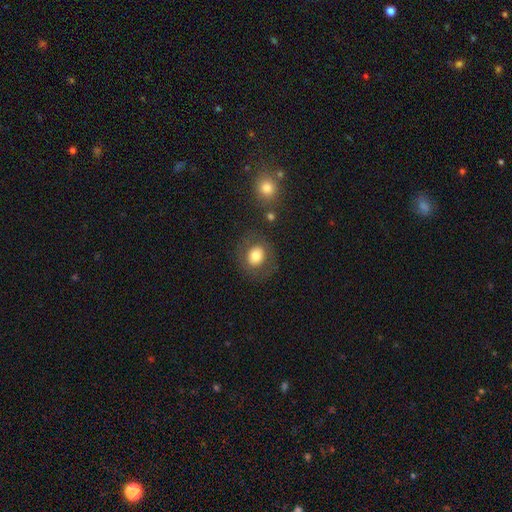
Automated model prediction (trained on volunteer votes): smooth_or_featured: smooth (p=0.75) [alt: featured or disk p=0.16]
how_rounded: round (p=0.69) [alt: in between p=0.30]
merging: none (p=0.79) [alt: minor disturbance p=0.11]